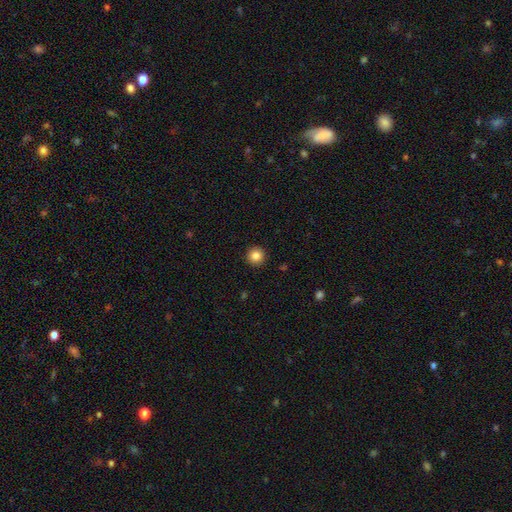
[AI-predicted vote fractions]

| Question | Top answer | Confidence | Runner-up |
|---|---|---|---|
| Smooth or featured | smooth | 85% | star or artifact (11%) |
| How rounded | round | 96% | in between (3%) |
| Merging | none | 93% | minor disturbance (4%) |